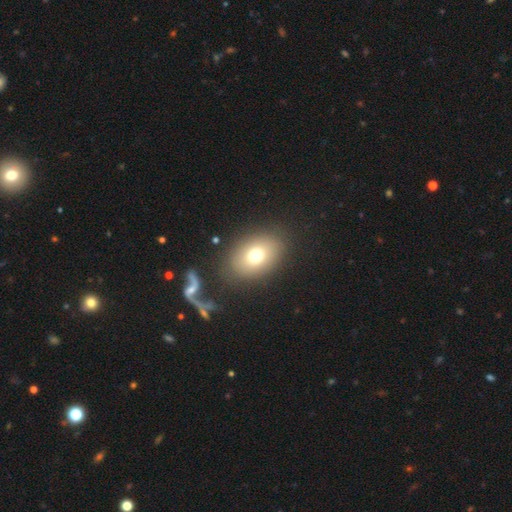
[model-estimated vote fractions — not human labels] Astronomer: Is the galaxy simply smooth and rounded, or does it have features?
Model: smooth — 72%.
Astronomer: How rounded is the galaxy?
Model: in between — 70%.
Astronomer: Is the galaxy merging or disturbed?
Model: none — 82%.